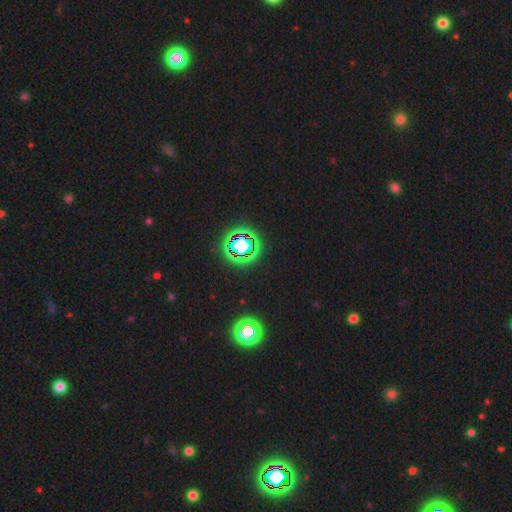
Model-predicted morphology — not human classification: This appears to be a star or artifact, not a galaxy (75%).